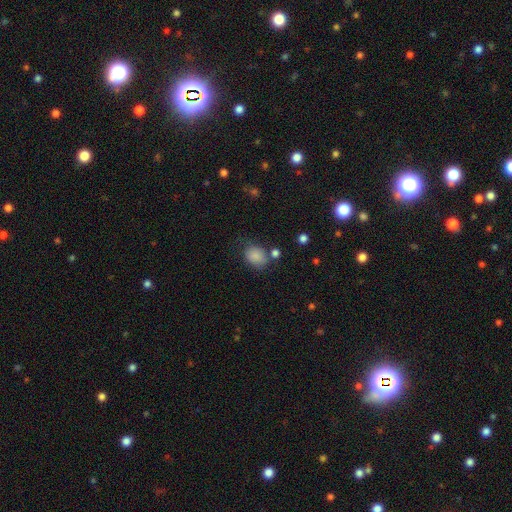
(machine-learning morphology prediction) Q: Smooth or featured?
A: smooth (85%); runner-up: star or artifact (10%)
Q: How rounded?
A: in between (59%); runner-up: round (40%)
Q: Merging?
A: none (61%); runner-up: minor disturbance (22%)